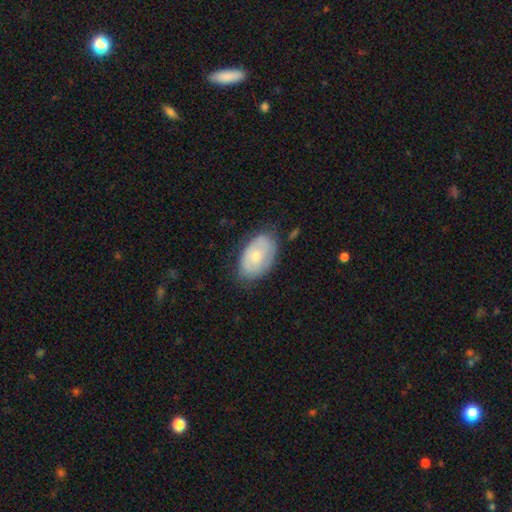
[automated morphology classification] Smooth or featured? Predicted: smooth (p=0.56). How rounded? Predicted: in between (p=0.91). Merging? Predicted: none (p=0.71).